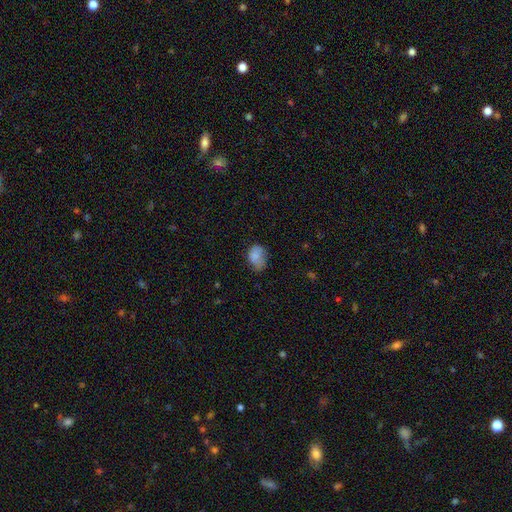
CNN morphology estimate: Smooth or featured? Predicted: smooth (p=0.82). How rounded? Predicted: in between (p=0.76). Merging? Predicted: none (p=0.53).